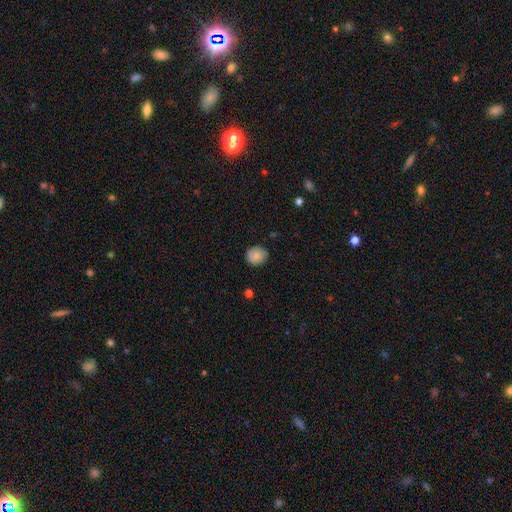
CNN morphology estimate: Smooth or featured? Predicted: smooth (p=0.81). How rounded? Predicted: round (p=0.87). Merging? Predicted: none (p=0.84).